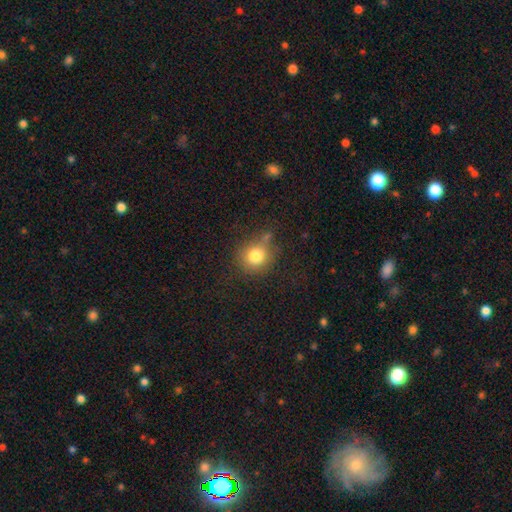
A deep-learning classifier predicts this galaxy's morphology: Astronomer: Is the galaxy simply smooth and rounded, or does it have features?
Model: smooth — 79%.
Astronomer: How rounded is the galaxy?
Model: round — 83%.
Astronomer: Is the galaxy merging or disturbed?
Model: none — 67%.